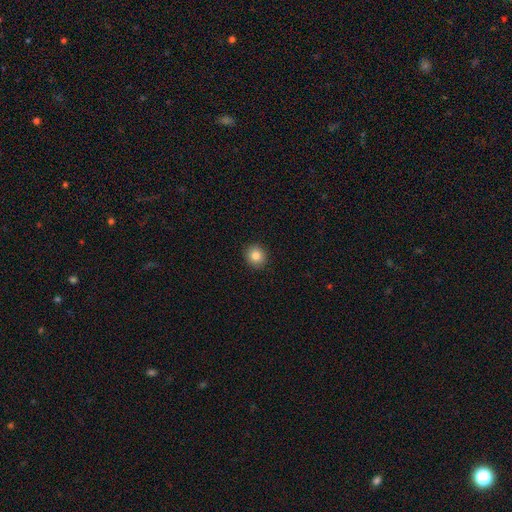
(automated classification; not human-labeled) smooth_or_featured: smooth (p=0.83) [alt: star or artifact p=0.10]
how_rounded: round (p=0.87) [alt: in between p=0.12]
merging: none (p=0.92) [alt: minor disturbance p=0.05]